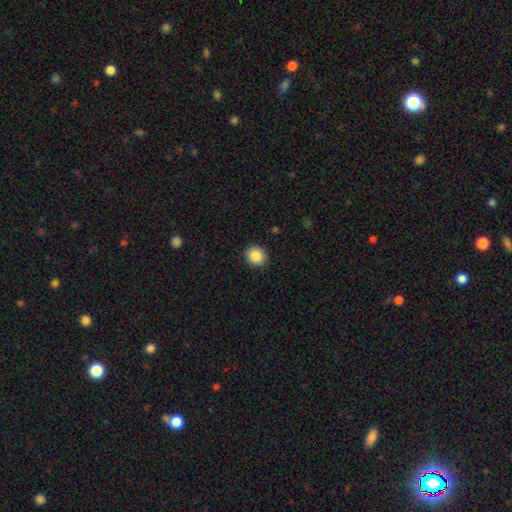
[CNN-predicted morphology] Q: Smooth or featured?
A: smooth (87%); runner-up: star or artifact (9%)
Q: How rounded?
A: round (84%); runner-up: in between (15%)
Q: Merging?
A: none (89%); runner-up: minor disturbance (8%)